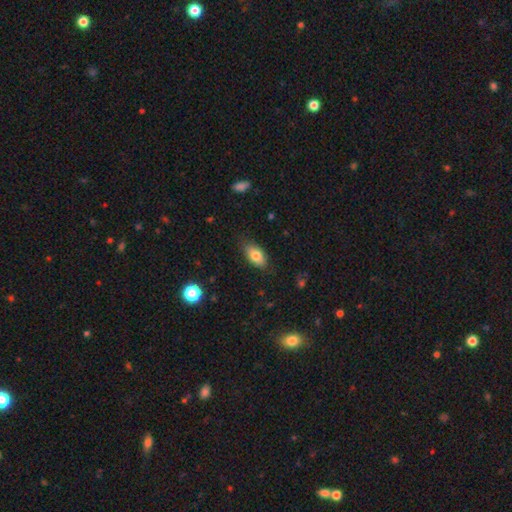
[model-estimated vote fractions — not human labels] The model was most divided on "merging": none: 78%, minor disturbance: 17%, major disturbance: 3%, merger: 1%. More confident: how rounded — in between (90%); smooth or featured — smooth (79%).